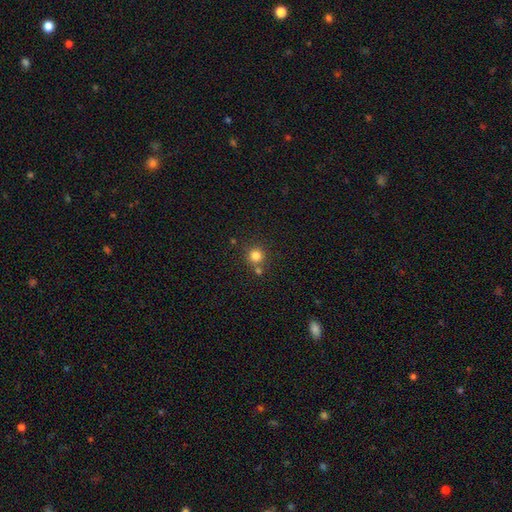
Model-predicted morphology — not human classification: Smooth or featured? Predicted: smooth (p=0.81). How rounded? Predicted: round (p=0.94). Merging? Predicted: none (p=0.73).